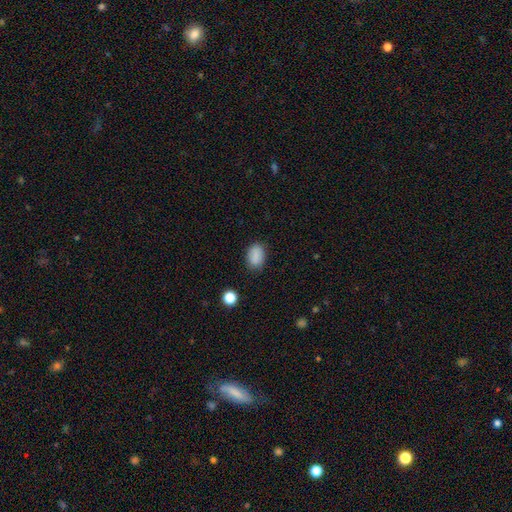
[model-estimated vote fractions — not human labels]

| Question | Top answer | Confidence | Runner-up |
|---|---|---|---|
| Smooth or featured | smooth | 87% | star or artifact (9%) |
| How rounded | in between | 82% | round (17%) |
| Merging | none | 81% | minor disturbance (14%) |